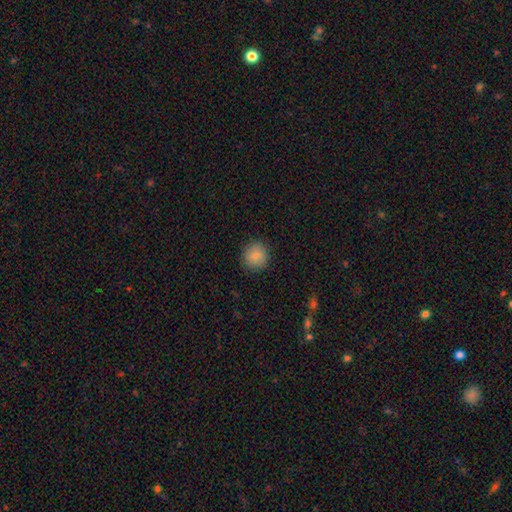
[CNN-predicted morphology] A smooth galaxy with no disk features (85%) that is round (92%).

Vote fractions:
- Smooth or featured? smooth: 85% / star or artifact: 9% / featured or disk: 6%
- How rounded? round: 92% / in between: 7% / cigar-shaped: 1%
- Merging? none: 90% / minor disturbance: 7% / major disturbance: 2% / merger: 1%